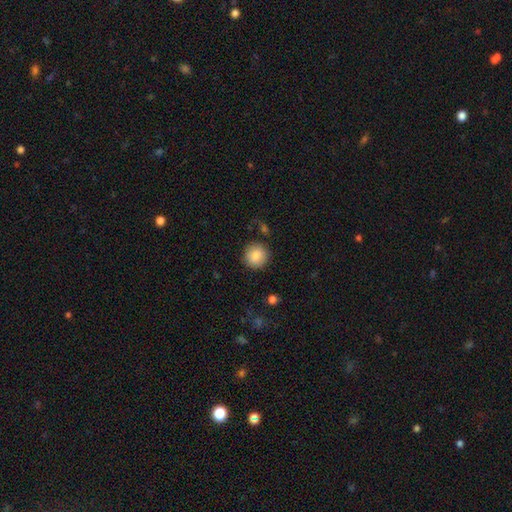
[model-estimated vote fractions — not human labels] This is clearly a smooth galaxy (87%). How rounded: clearly round (93%). Merging: clearly none (88%).